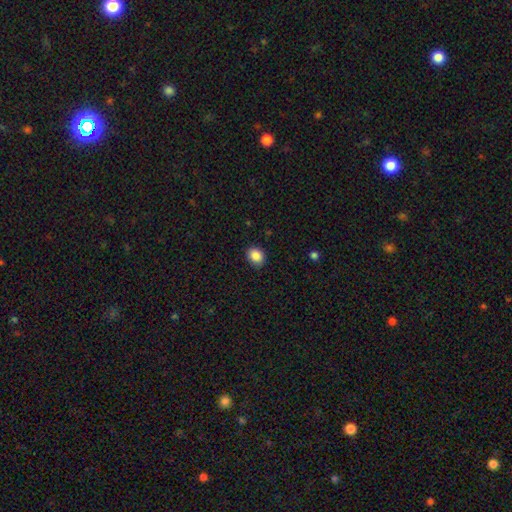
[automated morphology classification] A smooth galaxy with no disk features (87%) that is round (54%). Merging: none (87%).